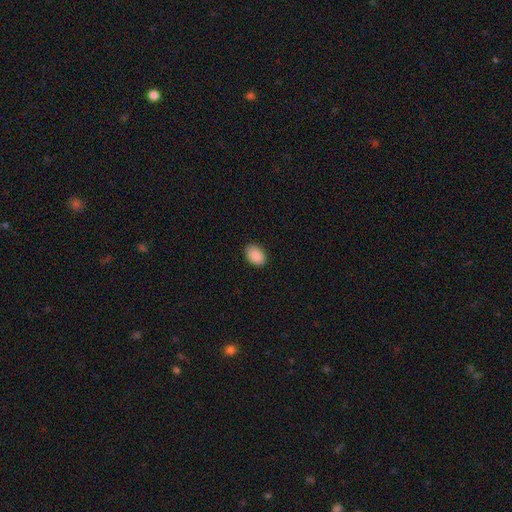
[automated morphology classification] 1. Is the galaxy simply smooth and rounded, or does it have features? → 90% smooth, 7% star or artifact, 3% featured or disk.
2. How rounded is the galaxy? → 84% in between, 15% round, 1% cigar-shaped.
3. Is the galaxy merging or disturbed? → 88% none, 9% minor disturbance, 2% major disturbance, 1% merger.